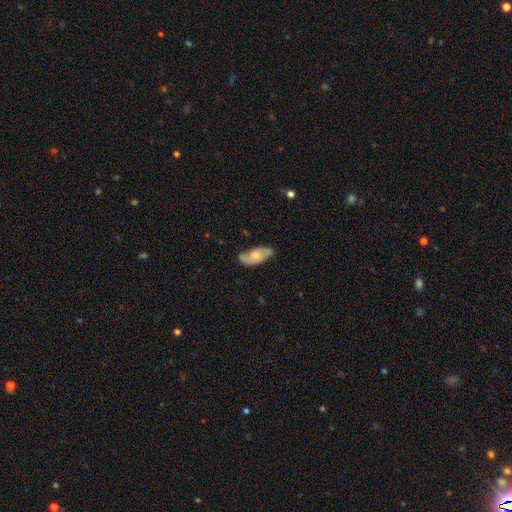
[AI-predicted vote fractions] featured or disk 51%, smooth 43%, star or artifact 6%. Down the decision tree: edge-on disk — no (90%); merging — none (74%).